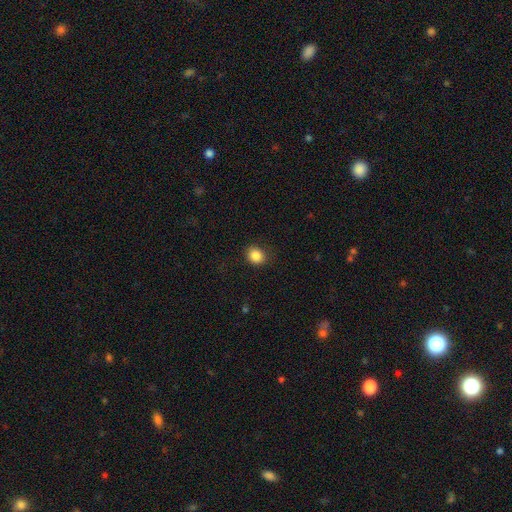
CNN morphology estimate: A smooth galaxy with no disk features (85%) that is round (71%). Merging: none (85%).